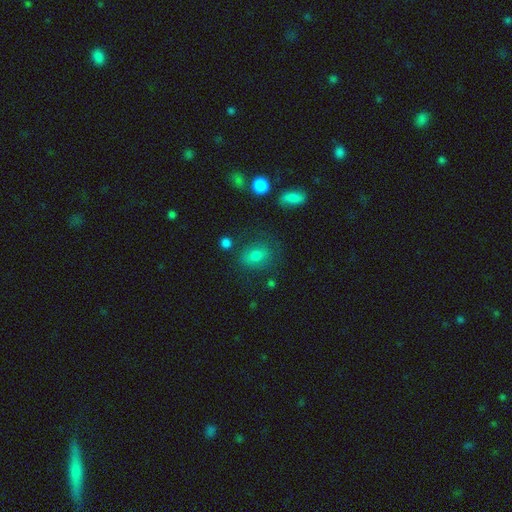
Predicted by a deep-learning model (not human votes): Smooth or featured: smooth — 73% (star or artifact — 14%)
How rounded: in between — 57% (round — 41%)
Merging: none — 70% (minor disturbance — 18%)